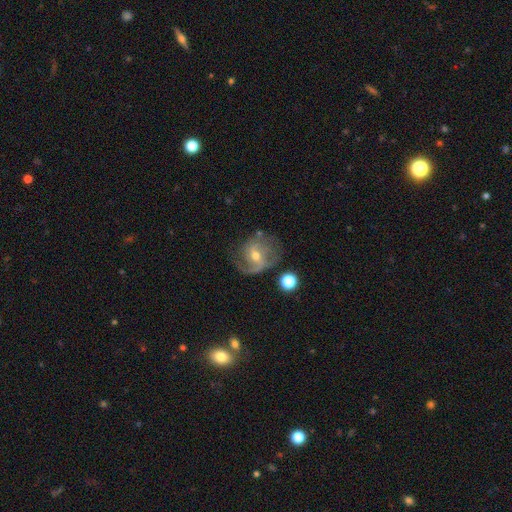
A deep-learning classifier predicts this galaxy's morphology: Smooth or featured? Predicted: featured or disk (p=0.78). Edge-on disk? Predicted: no (p=0.97). Bar? Predicted: weak (p=0.49). Spiral arms? Predicted: yes (p=0.90). Spiral winding? Predicted: medium (p=0.44). Spiral arm count? Predicted: 2 (p=0.56). Bulge size? Predicted: moderate (p=0.56). Merging? Predicted: none (p=0.55).